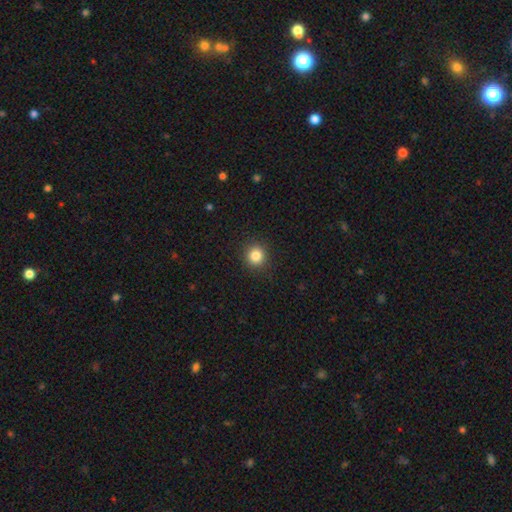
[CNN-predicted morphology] A smooth galaxy with no disk features (84%) that is round (92%).

Vote fractions:
- Smooth or featured? smooth: 84% / star or artifact: 11% / featured or disk: 5%
- How rounded? round: 92% / in between: 7% / cigar-shaped: 1%
- Merging? none: 91% / minor disturbance: 6% / major disturbance: 2% / merger: 1%